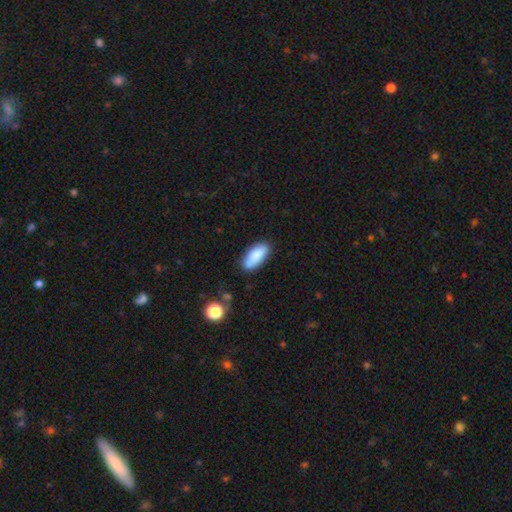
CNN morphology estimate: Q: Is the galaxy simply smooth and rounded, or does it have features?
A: smooth — 85%.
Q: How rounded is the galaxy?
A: in between — 86%.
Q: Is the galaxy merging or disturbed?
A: none — 75%.